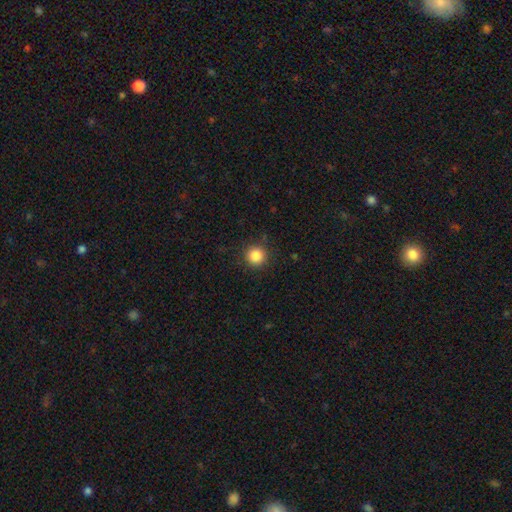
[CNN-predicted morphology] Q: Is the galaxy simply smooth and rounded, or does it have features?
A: smooth — 86%.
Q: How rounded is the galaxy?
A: round — 95%.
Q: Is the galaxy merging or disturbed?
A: none — 90%.